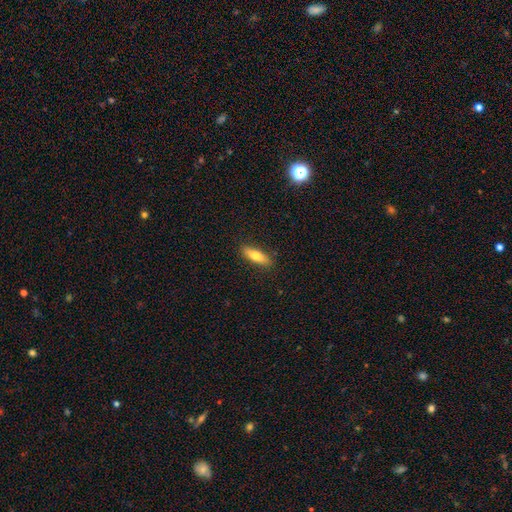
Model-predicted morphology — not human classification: type=smooth (74%); roundness=cigar-shaped (52%); merging=none (88%).